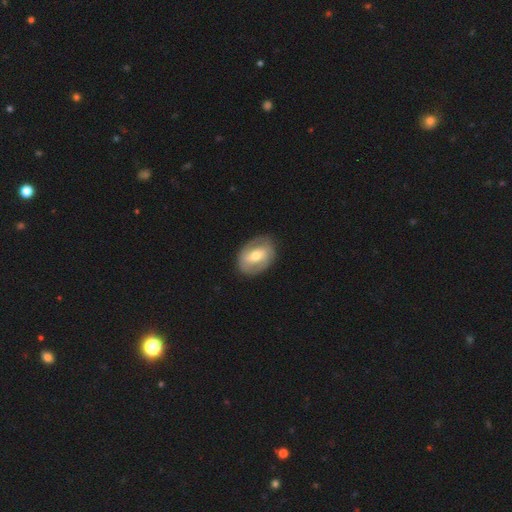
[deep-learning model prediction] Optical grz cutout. It shows a featured or disk galaxy (58%) with a weak bar (41%), spiral arms (58%) and a moderate central bulge (67%). Merging: none (82%).